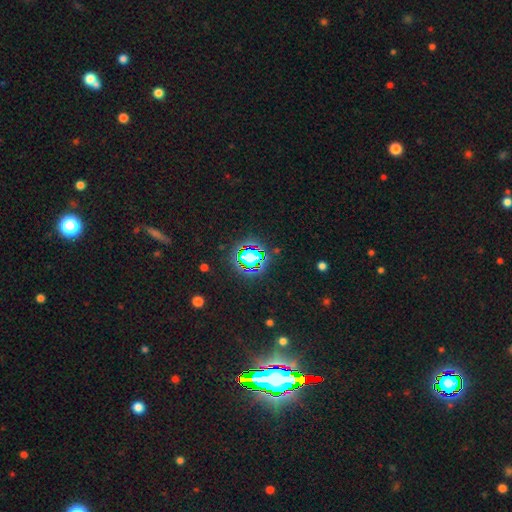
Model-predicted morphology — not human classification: Smooth or featured? Predicted: star or artifact (p=0.67).